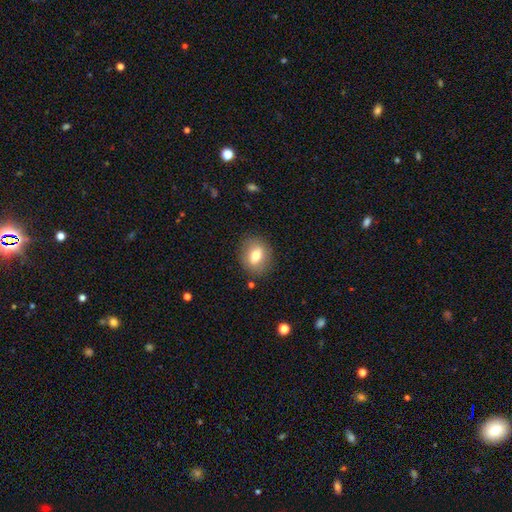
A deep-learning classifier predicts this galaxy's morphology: Overall: smooth (72%). How rounded: in between (50%; round 48%). Merging: none (86%).